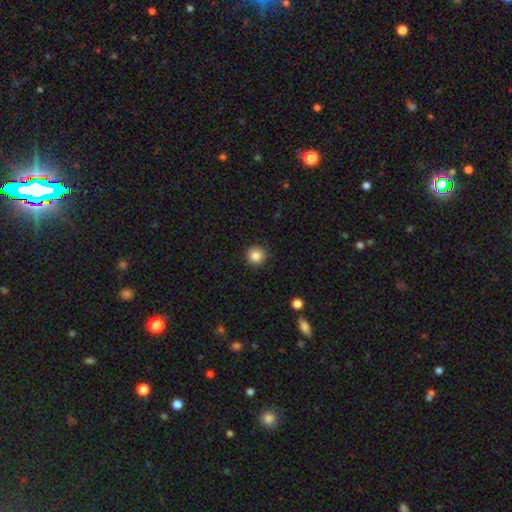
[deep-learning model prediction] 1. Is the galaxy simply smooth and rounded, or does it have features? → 85% smooth, 10% star or artifact, 5% featured or disk.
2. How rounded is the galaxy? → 95% round, 4% in between, 1% cigar-shaped.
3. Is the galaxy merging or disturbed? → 91% none, 6% minor disturbance, 2% major disturbance, 1% merger.